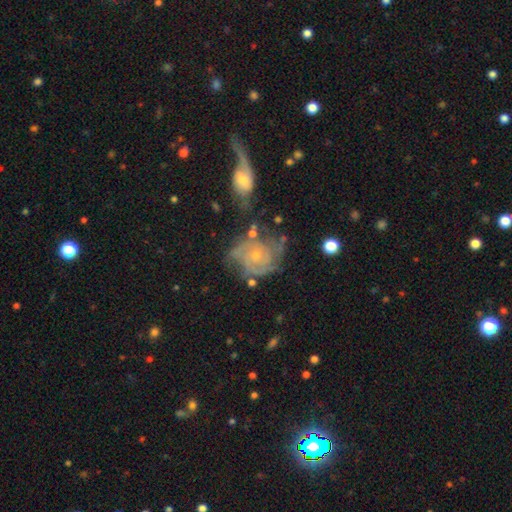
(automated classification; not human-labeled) A featured or disk galaxy (80%) with no bar (79%), tight (60%) spiral arms (91%) and a small central bulge (67%). Merging: none (48%).